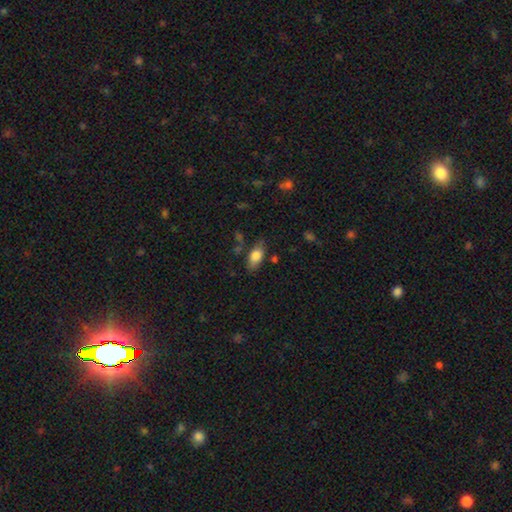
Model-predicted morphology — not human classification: This is likely a smooth galaxy (76%). How rounded: clearly in between (86%). Merging: likely none (72%).